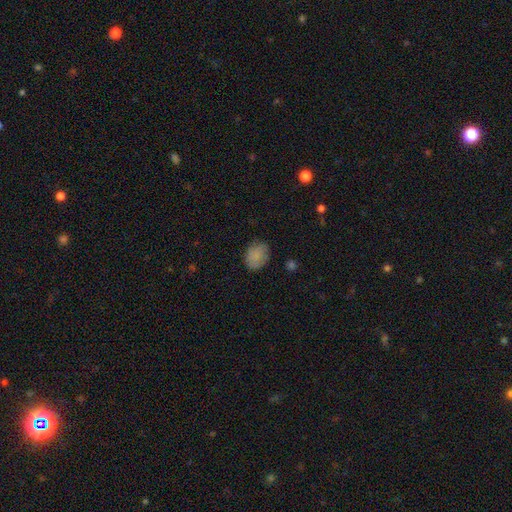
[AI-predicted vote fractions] smooth 82%, featured or disk 10%, star or artifact 8%. Down the decision tree: how rounded — in between (58%); merging — none (75%).